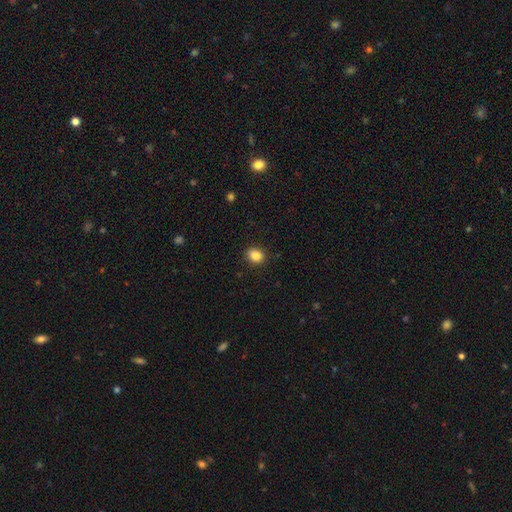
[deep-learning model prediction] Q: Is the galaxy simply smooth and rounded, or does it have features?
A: smooth — 85%.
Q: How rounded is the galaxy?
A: round — 53%.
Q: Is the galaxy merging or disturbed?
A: none — 89%.